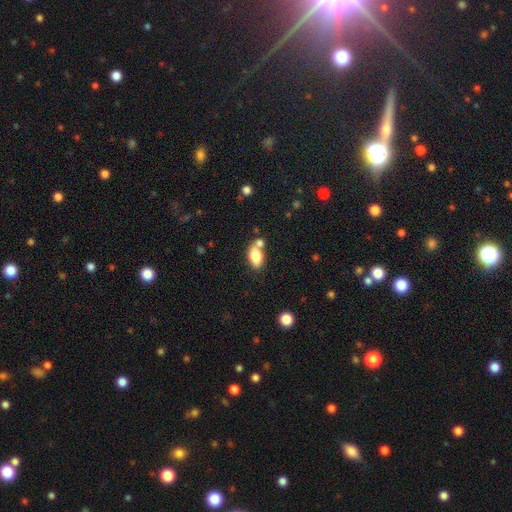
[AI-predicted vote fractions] This is clearly a smooth galaxy (80%). How rounded: clearly in between (89%). Merging: possibly none (58%).